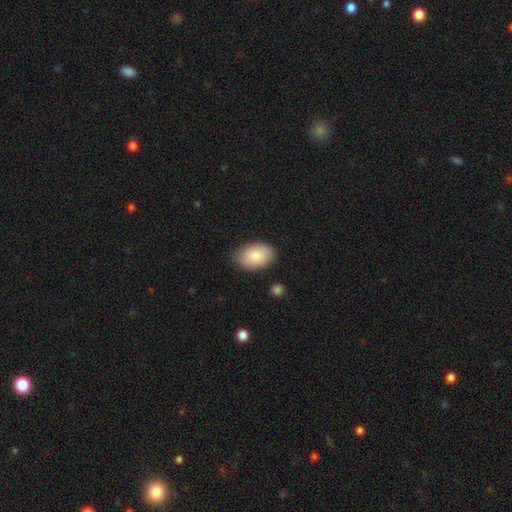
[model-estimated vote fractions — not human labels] A smooth galaxy with no disk features (82%) that is in between round and cigar-shaped (90%). Merging: none (82%).